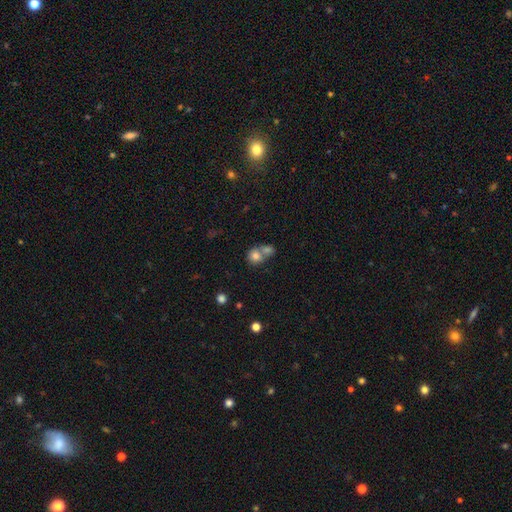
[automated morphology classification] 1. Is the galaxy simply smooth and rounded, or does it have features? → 78% smooth, 12% featured or disk, 10% star or artifact.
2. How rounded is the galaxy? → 75% round, 24% in between, 1% cigar-shaped.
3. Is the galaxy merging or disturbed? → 62% merger, 29% none, 6% minor disturbance, 3% major disturbance.